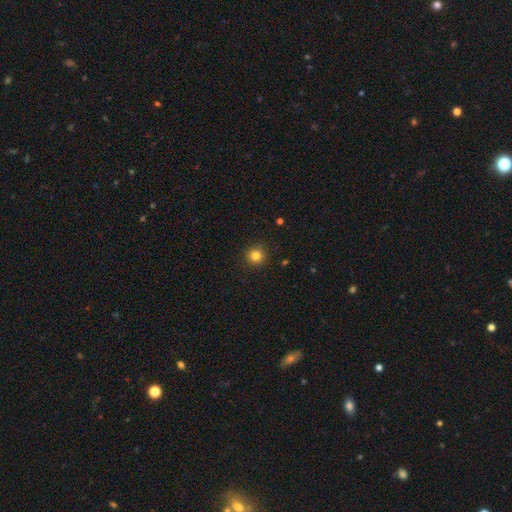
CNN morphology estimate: Overall: smooth (82%). How rounded: round (94%). Merging: none (91%).